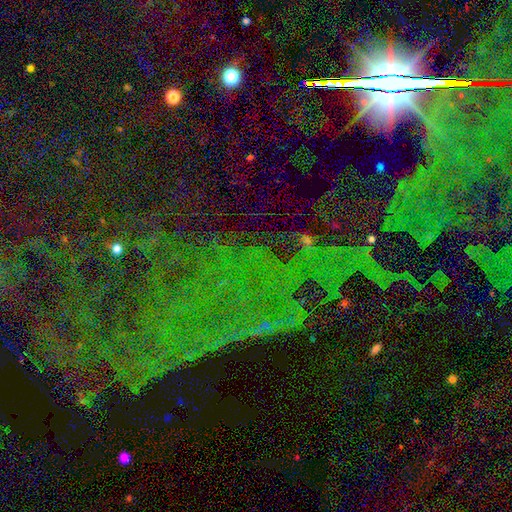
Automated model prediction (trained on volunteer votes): Smooth or featured? star or artifact (83%)